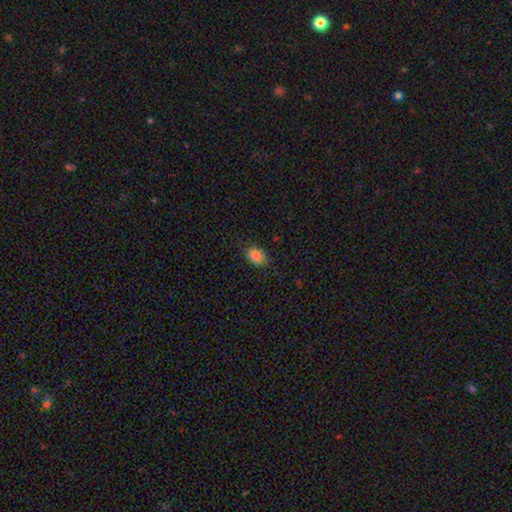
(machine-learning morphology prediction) Smooth or featured? smooth (85%)
How rounded? in between (79%)
Merging? none (80%)